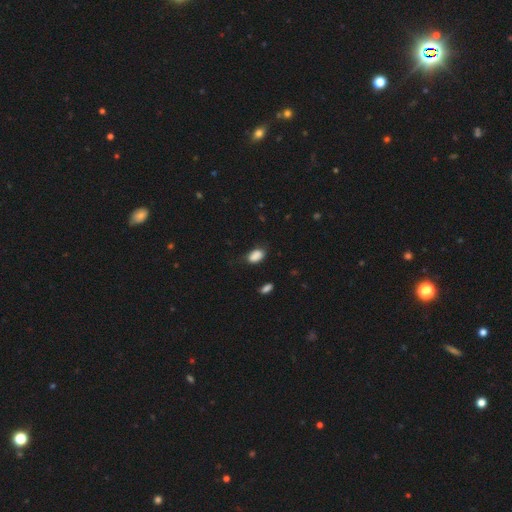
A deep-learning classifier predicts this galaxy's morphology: The model was most divided on "merging": none: 66%, minor disturbance: 25%, major disturbance: 7%, merger: 2%. More confident: how rounded — in between (88%); smooth or featured — smooth (87%).